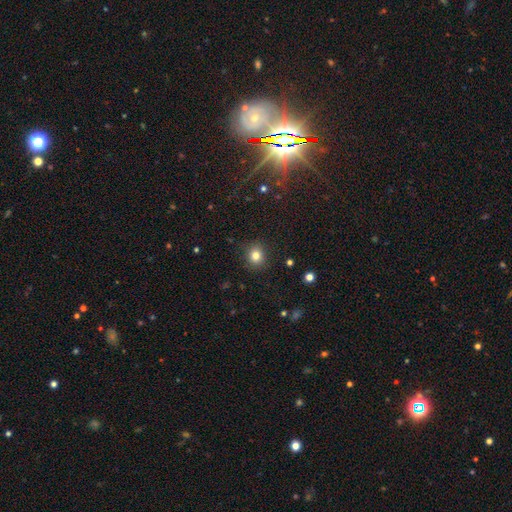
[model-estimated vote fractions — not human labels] smooth 81%, star or artifact 12%, featured or disk 6%. Down the decision tree: how rounded — round (82%); merging — none (89%).